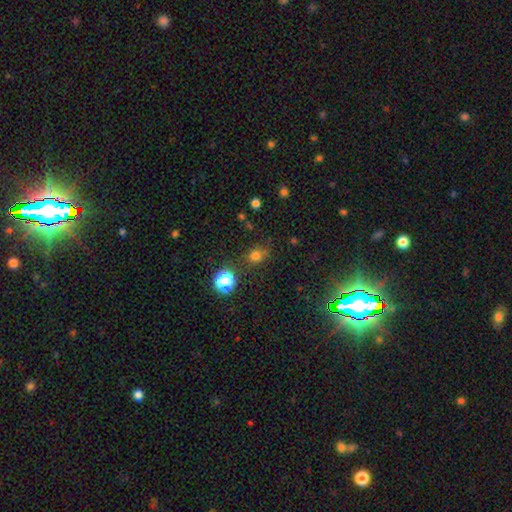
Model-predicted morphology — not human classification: Smooth or featured?
  - smooth: 72% *
  - star or artifact: 21%
  - featured or disk: 7%
How rounded?
  - round: 70% *
  - in between: 29%
  - cigar-shaped: 1%
Merging?
  - none: 73% *
  - minor disturbance: 18%
  - major disturbance: 6%
  - merger: 4%